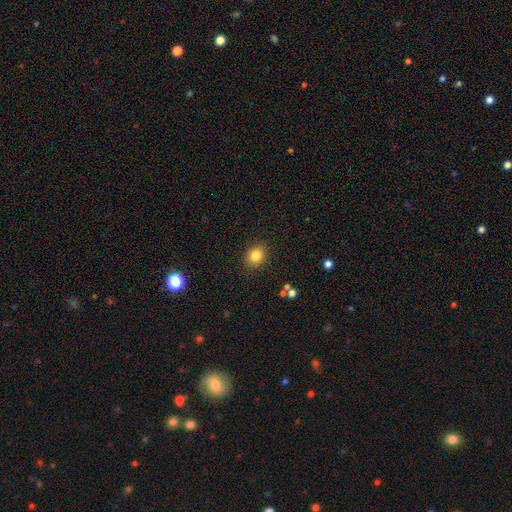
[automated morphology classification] type=smooth (83%); roundness=round (69%); merging=none (88%).